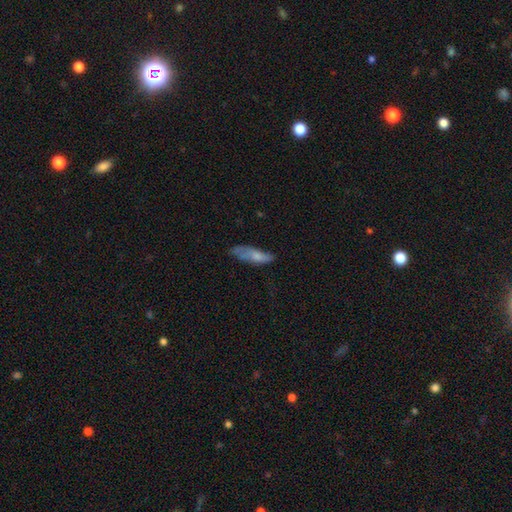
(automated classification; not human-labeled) The model was most divided on "how rounded": in between: 50%, cigar-shaped: 48%, round: 2%. Remaining: smooth or featured — smooth (63%); merging — none (46%).